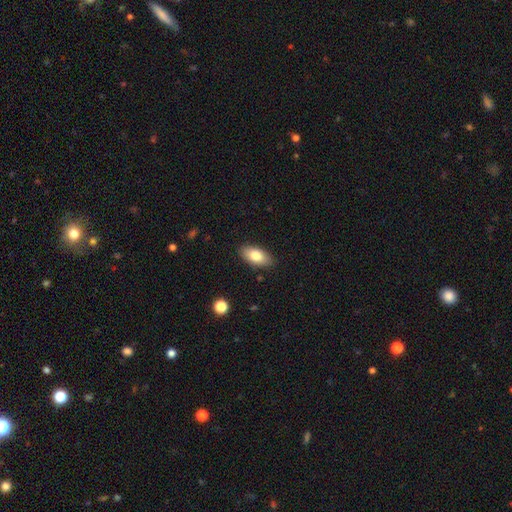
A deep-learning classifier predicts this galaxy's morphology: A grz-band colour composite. It shows a smooth galaxy with no disk features (81%) that is in between round and cigar-shaped (92%). Merging: none (87%).